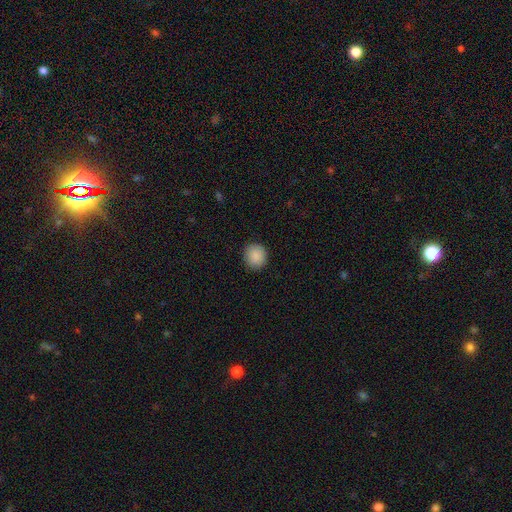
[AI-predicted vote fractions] smooth 89%, star or artifact 8%, featured or disk 3%. Down the decision tree: how rounded — round (86%); merging — none (90%).